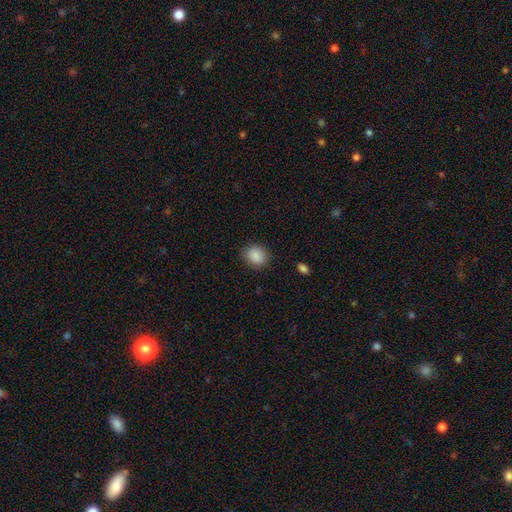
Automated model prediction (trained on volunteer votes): Smooth or featured: smooth — 88% (star or artifact — 8%)
How rounded: round — 63% (in between — 36%)
Merging: none — 85% (minor disturbance — 11%)